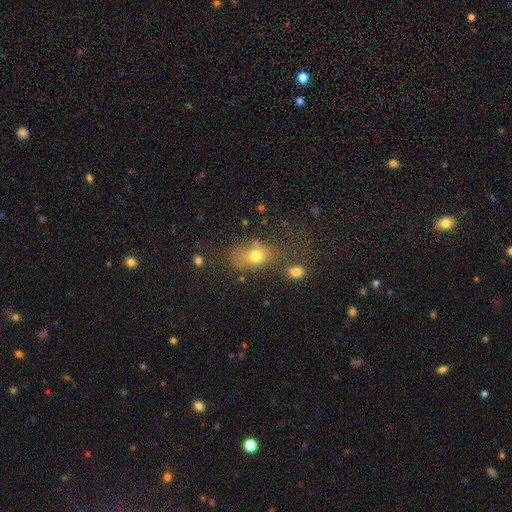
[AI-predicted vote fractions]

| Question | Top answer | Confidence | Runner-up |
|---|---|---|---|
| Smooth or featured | smooth | 71% | featured or disk (16%) |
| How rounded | in between | 69% | round (29%) |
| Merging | none | 47% | minor disturbance (21%) |